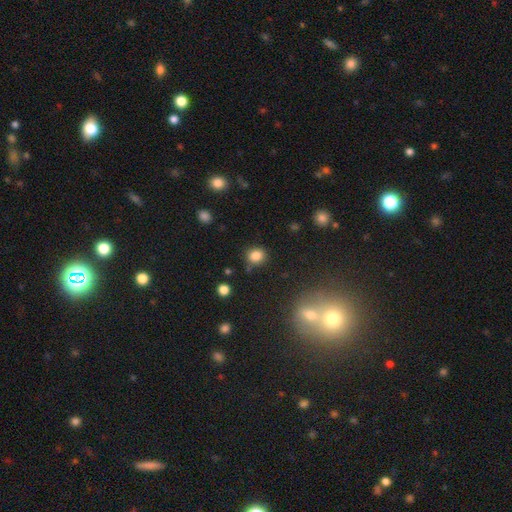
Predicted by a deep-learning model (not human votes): Overall: smooth (82%). How rounded: round (69%; in between 30%). Merging: none (78%).